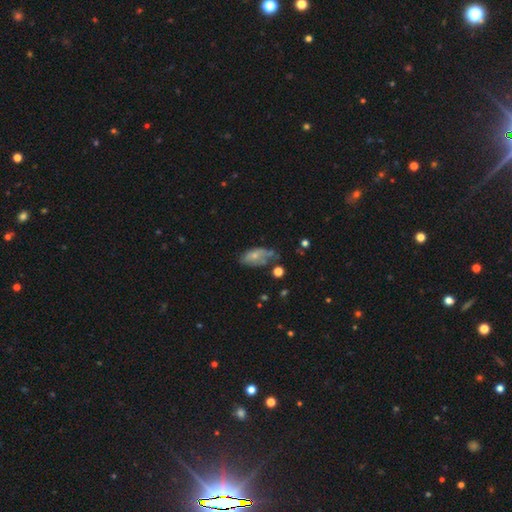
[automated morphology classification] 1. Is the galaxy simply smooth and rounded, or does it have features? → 58% smooth, 34% featured or disk, 9% star or artifact.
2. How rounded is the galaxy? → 90% in between, 5% round, 5% cigar-shaped.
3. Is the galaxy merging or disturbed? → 36% minor disturbance, 35% none, 20% major disturbance, 9% merger.